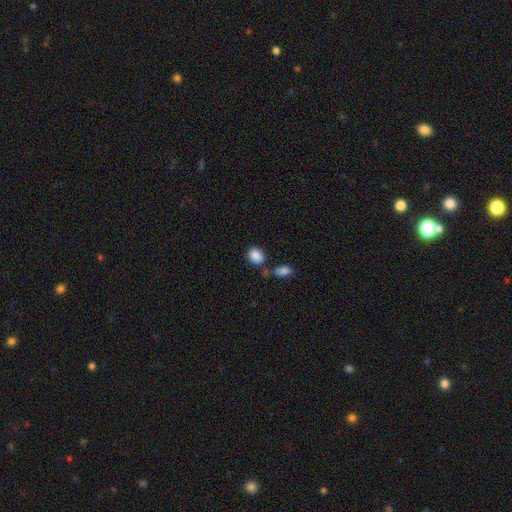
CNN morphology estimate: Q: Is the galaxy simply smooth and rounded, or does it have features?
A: smooth — 88%.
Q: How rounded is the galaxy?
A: in between — 67%.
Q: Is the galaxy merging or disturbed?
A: none — 66%.